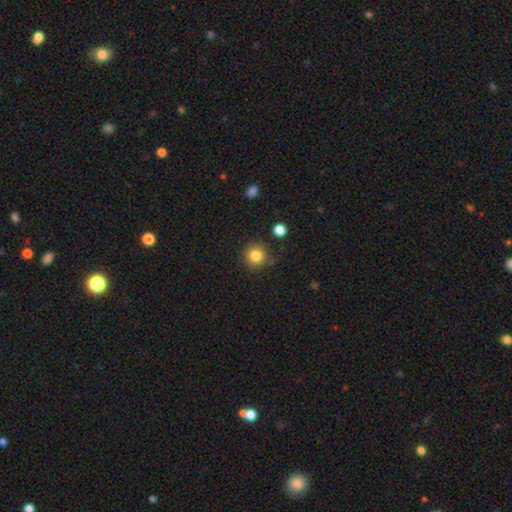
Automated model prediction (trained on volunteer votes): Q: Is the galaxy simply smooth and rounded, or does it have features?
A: smooth — 83%.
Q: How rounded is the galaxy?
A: round — 93%.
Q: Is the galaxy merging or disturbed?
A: none — 84%.